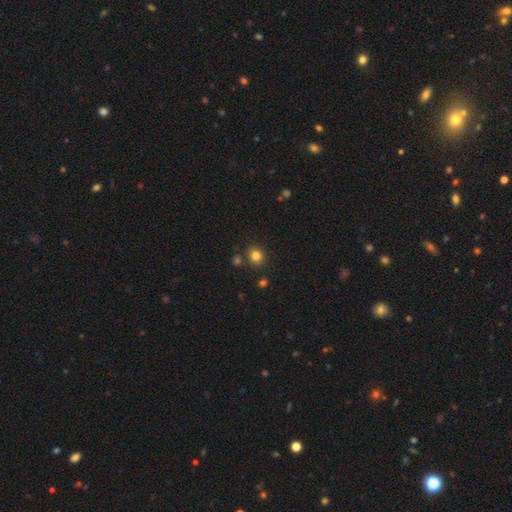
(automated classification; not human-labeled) A smooth galaxy with no disk features (81%) that is round (80%).

Vote fractions:
- Smooth or featured? smooth: 81% / star or artifact: 13% / featured or disk: 5%
- How rounded? round: 80% / in between: 20% / cigar-shaped: 1%
- Merging? none: 82% / minor disturbance: 9% / merger: 6% / major disturbance: 3%